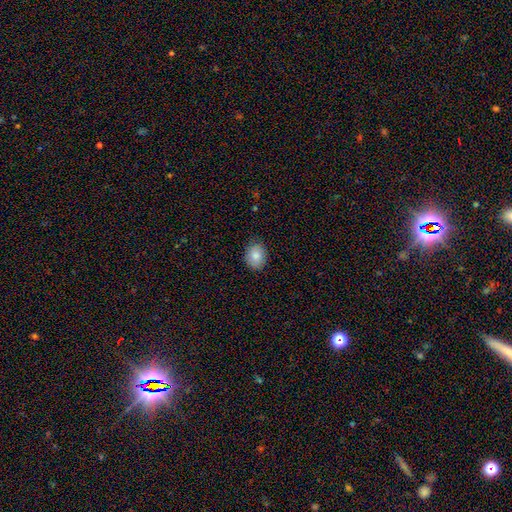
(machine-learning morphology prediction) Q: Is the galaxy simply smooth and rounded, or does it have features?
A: smooth — 84%.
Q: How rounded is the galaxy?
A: in between — 60%.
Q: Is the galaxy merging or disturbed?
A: none — 84%.